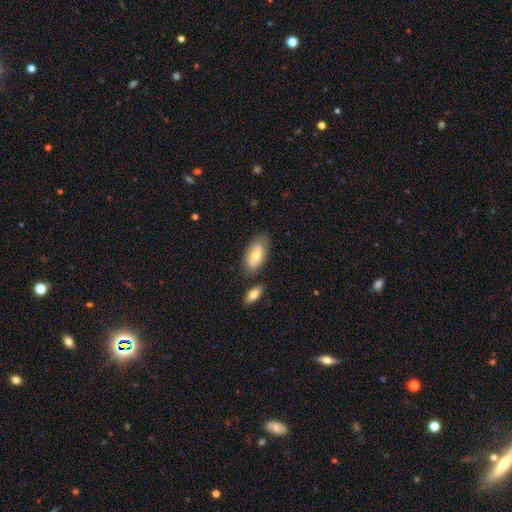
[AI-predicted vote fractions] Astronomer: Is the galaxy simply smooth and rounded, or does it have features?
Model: smooth — 68%.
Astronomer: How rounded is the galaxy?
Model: in between — 93%.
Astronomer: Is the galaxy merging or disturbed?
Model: none — 71%.